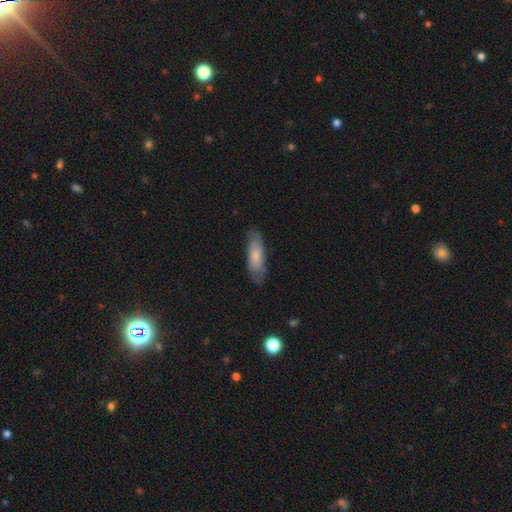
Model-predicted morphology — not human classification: type=smooth (67%); roundness=in between (52%); merging=none (69%).